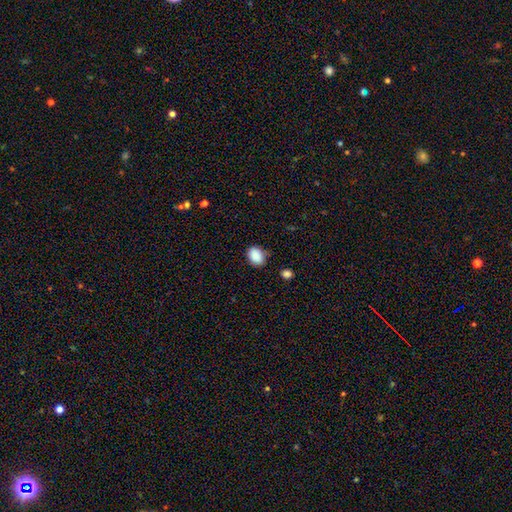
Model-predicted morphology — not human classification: smooth-or-featured: smooth: 89% | star or artifact: 8% | featured or disk: 3%
  how-rounded: in between: 69% | round: 30% | cigar-shaped: 1%
  merging: none: 77% | minor disturbance: 17% | major disturbance: 4% | merger: 2%